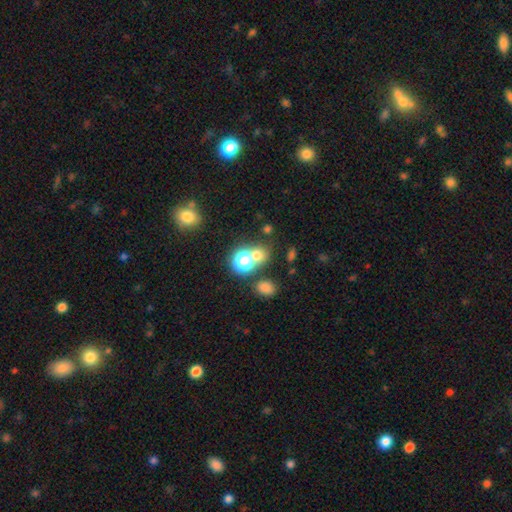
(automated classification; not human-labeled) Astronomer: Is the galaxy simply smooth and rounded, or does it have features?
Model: smooth — 64%.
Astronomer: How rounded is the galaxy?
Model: round — 77%.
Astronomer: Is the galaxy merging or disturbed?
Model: none — 58%.